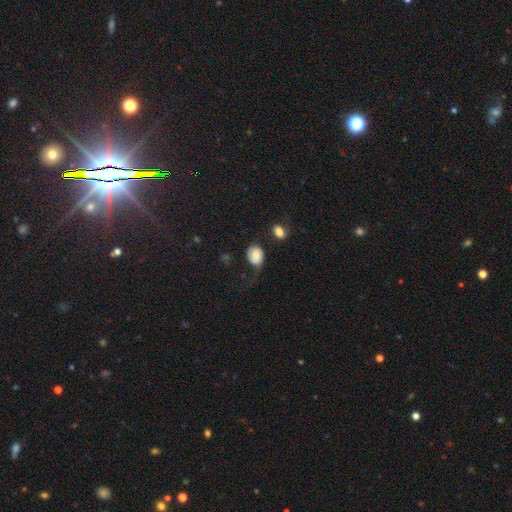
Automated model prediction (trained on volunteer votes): smooth_or_featured: smooth (p=0.75) [alt: featured or disk p=0.16]
how_rounded: in between (p=0.56) [alt: round p=0.43]
merging: none (p=0.46) [alt: minor disturbance p=0.27]